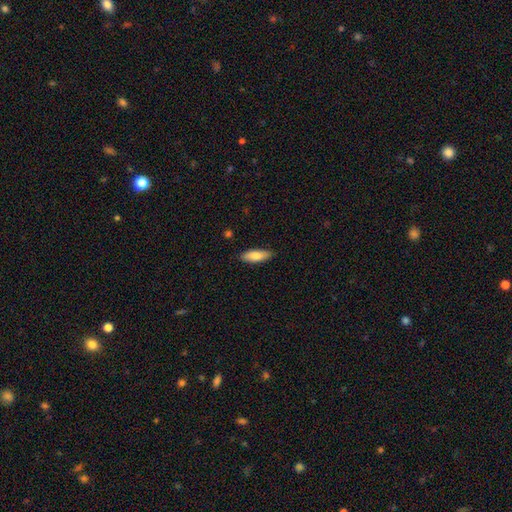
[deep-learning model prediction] A smooth galaxy with no disk features (82%) that is in between round and cigar-shaped (67%).

Vote fractions:
- Smooth or featured? smooth: 82% / featured or disk: 12% / star or artifact: 6%
- How rounded? in between: 67% / cigar-shaped: 31% / round: 2%
- Merging? none: 86% / minor disturbance: 11% / major disturbance: 2% / merger: 1%